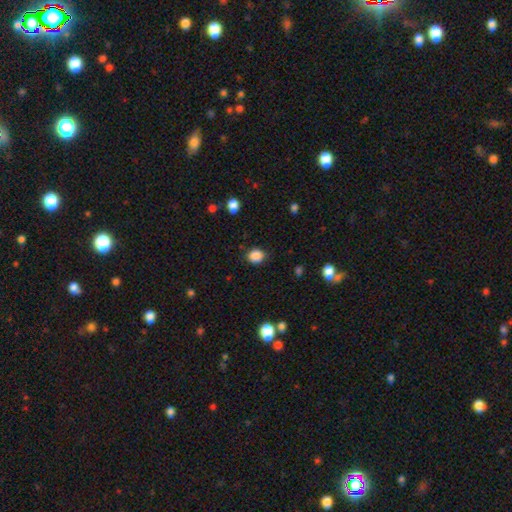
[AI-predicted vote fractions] smooth_or_featured: smooth (p=0.87) [alt: star or artifact p=0.10]
how_rounded: round (p=0.70) [alt: in between p=0.29]
merging: none (p=0.83) [alt: minor disturbance p=0.12]